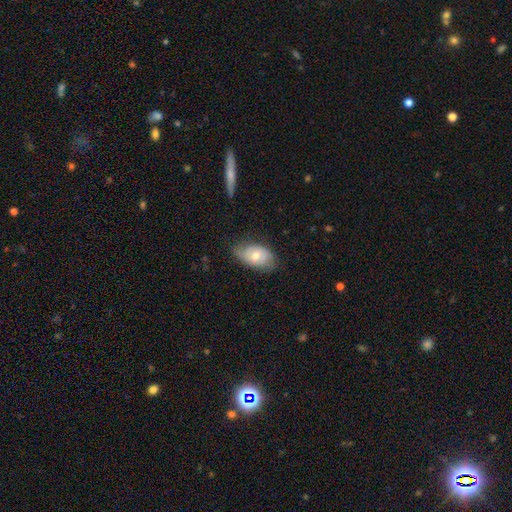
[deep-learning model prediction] Smooth or featured: featured or disk — 47% (smooth — 46%)
Merging: none — 65% (minor disturbance — 27%)